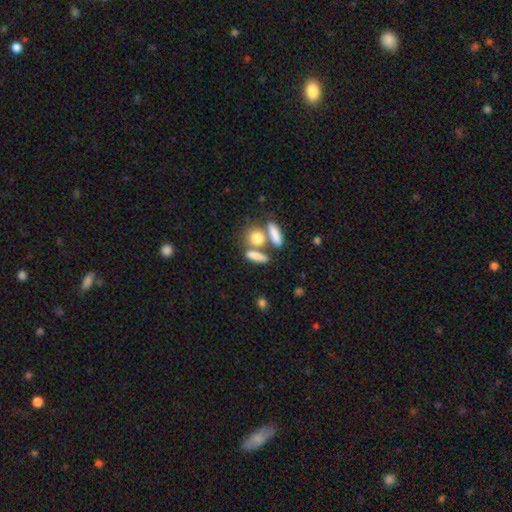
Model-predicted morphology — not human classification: Smooth or featured? smooth (77%)
How rounded? in between (49%)
Merging? none (49%)